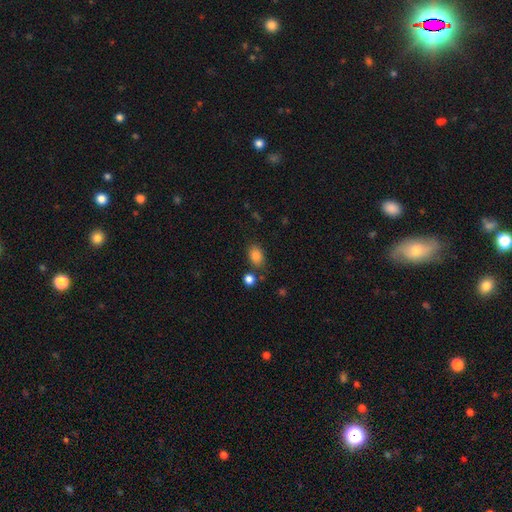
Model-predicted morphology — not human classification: Smooth or featured? Predicted: smooth (p=0.85). How rounded? Predicted: in between (p=0.72). Merging? Predicted: none (p=0.73).